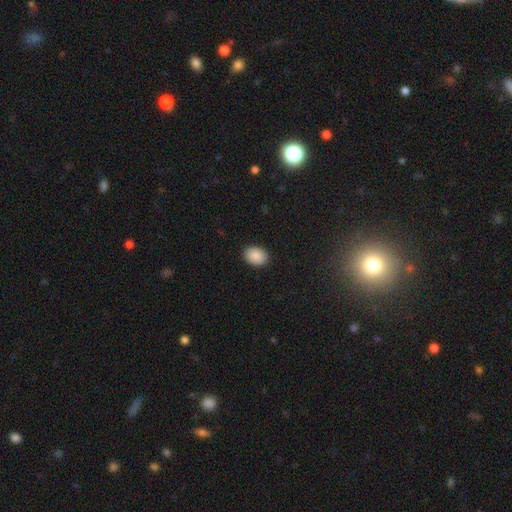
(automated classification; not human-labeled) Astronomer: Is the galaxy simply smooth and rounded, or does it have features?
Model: smooth — 89%.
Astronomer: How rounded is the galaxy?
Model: in between — 65%.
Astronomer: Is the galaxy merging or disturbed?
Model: none — 90%.